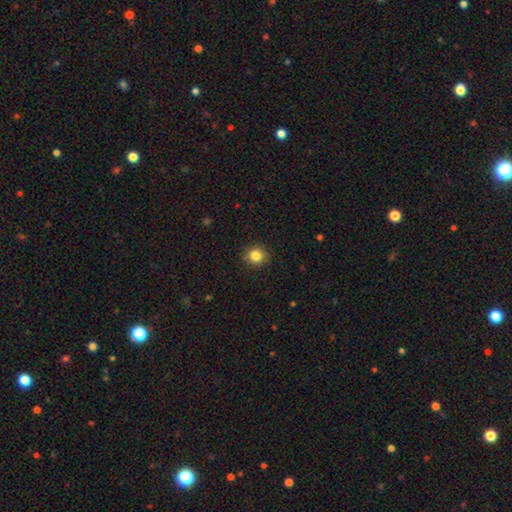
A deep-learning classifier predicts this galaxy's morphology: Q: Smooth or featured?
A: smooth (83%); runner-up: star or artifact (11%)
Q: How rounded?
A: round (88%); runner-up: in between (11%)
Q: Merging?
A: none (87%); runner-up: minor disturbance (10%)